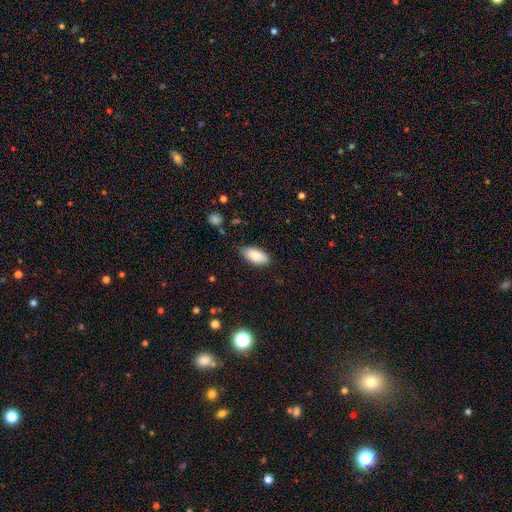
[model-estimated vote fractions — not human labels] Smooth or featured? smooth (83%)
How rounded? in between (92%)
Merging? none (81%)